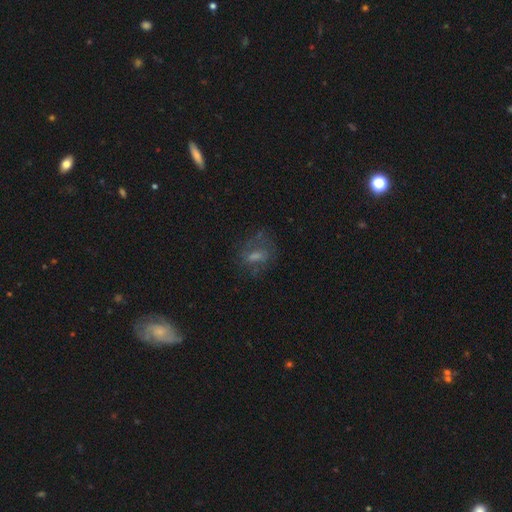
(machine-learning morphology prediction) Q: Smooth or featured?
A: smooth (45%); runner-up: featured or disk (38%)
Q: Merging?
A: none (52%); runner-up: major disturbance (24%)